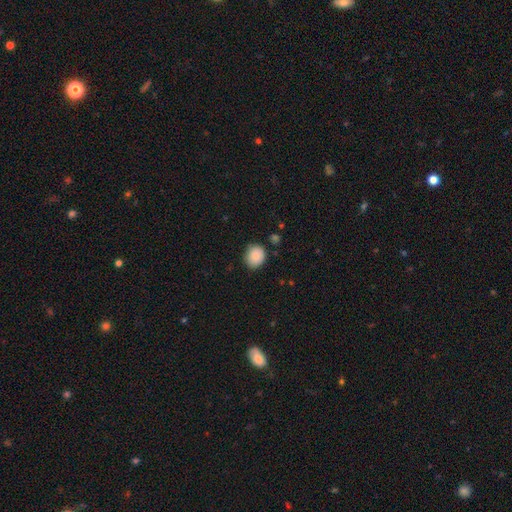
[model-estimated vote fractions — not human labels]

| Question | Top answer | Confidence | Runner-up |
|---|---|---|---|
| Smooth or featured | smooth | 87% | star or artifact (8%) |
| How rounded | round | 68% | in between (31%) |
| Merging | none | 80% | minor disturbance (15%) |